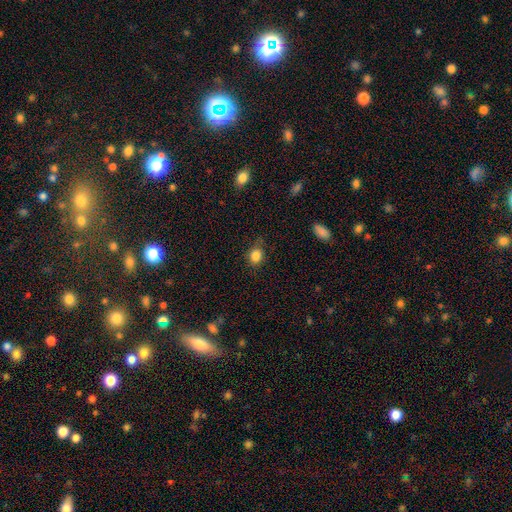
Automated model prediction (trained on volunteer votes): A smooth galaxy with no disk features (84%) that is round (61%).

Vote fractions:
- Smooth or featured? smooth: 84% / star or artifact: 11% / featured or disk: 6%
- How rounded? round: 61% / in between: 38% / cigar-shaped: 1%
- Merging? none: 72% / minor disturbance: 21% / major disturbance: 5% / merger: 1%